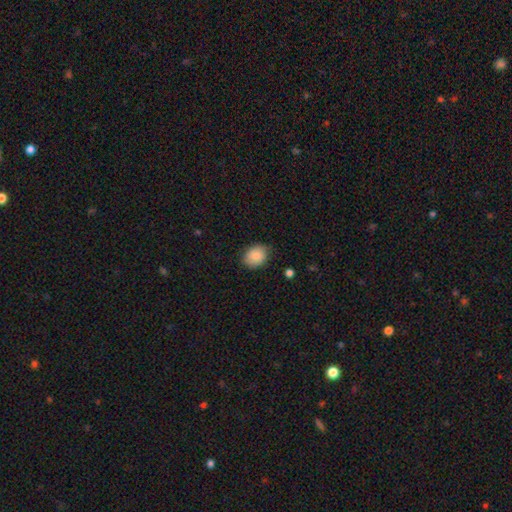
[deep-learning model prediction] Overall: smooth (86%). How rounded: in between (55%; round 44%). Merging: none (75%).